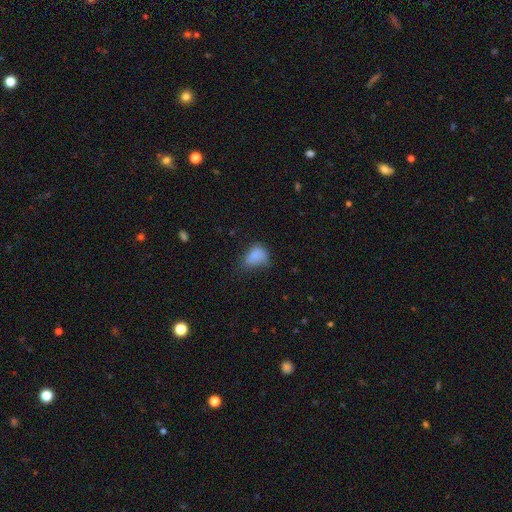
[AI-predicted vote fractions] Overall: smooth (79%). How rounded: in between (77%). Merging: minor disturbance (39%; none 36%).